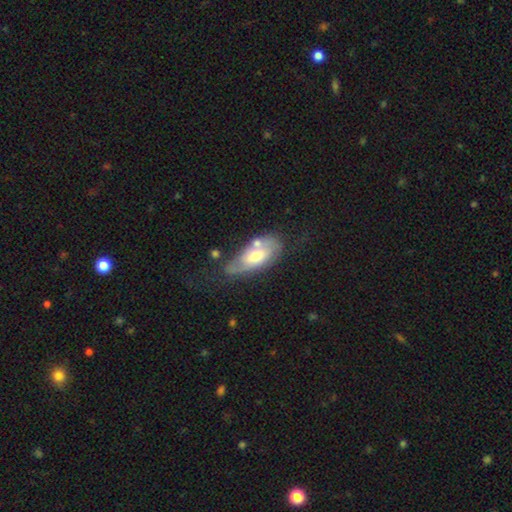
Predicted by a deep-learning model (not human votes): featured or disk 47%, smooth 46%, star or artifact 6%. Down the decision tree: merging — none (43%).